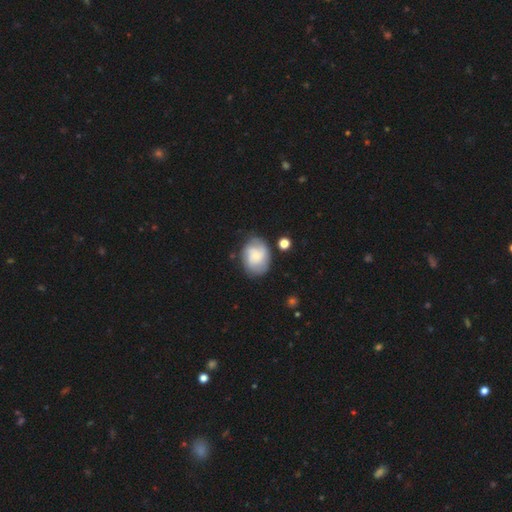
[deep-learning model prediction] smooth-or-featured: smooth: 50% | featured or disk: 42% | star or artifact: 8%
  merging: none: 65% | minor disturbance: 22% | major disturbance: 8% | merger: 5%